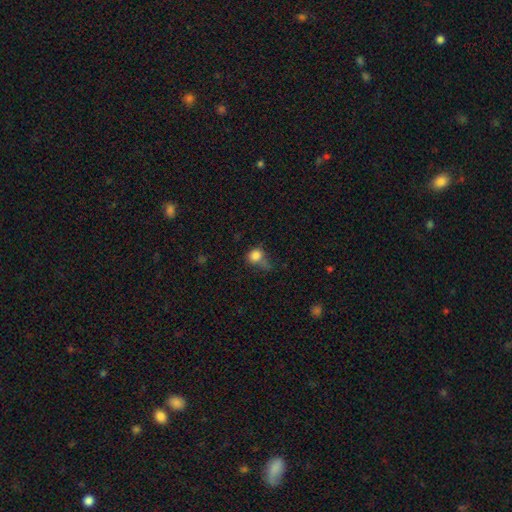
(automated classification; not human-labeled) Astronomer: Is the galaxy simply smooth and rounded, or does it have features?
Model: smooth — 81%.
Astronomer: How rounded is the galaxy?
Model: round — 71%.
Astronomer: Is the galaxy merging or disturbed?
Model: none — 40% (runner-up: minor disturbance, 29%).